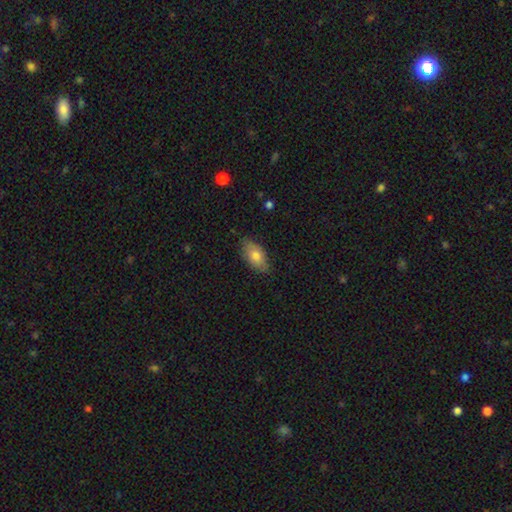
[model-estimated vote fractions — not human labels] Smooth or featured: smooth — 76% (featured or disk — 17%)
How rounded: in between — 91% (cigar-shaped — 5%)
Merging: none — 79% (minor disturbance — 17%)